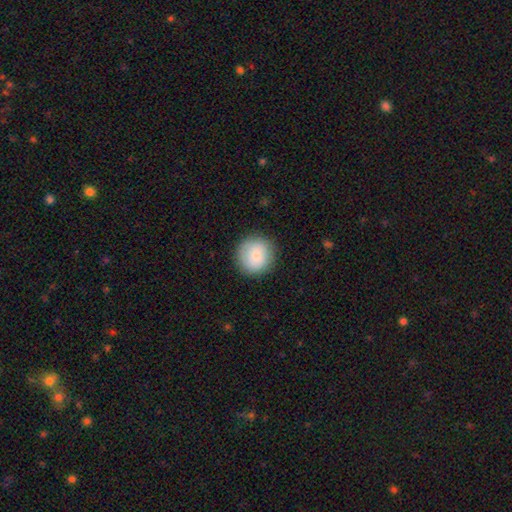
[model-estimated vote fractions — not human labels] smooth_or_featured: smooth (p=0.83) [alt: featured or disk p=0.10]
how_rounded: round (p=0.94) [alt: in between p=0.05]
merging: none (p=0.89) [alt: minor disturbance p=0.08]